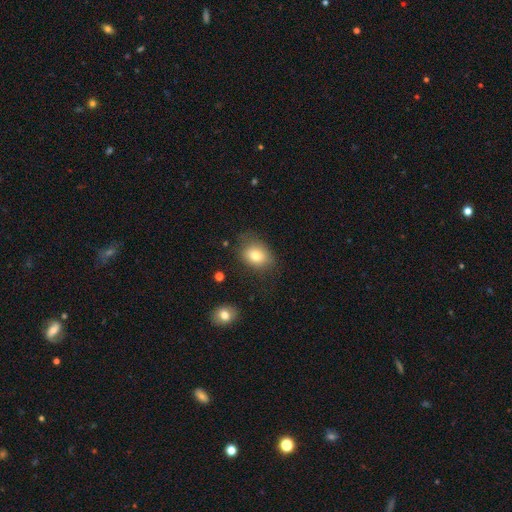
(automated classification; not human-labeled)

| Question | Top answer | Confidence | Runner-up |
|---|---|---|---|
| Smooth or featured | smooth | 78% | featured or disk (12%) |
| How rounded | in between | 61% | round (38%) |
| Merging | none | 69% | minor disturbance (22%) |